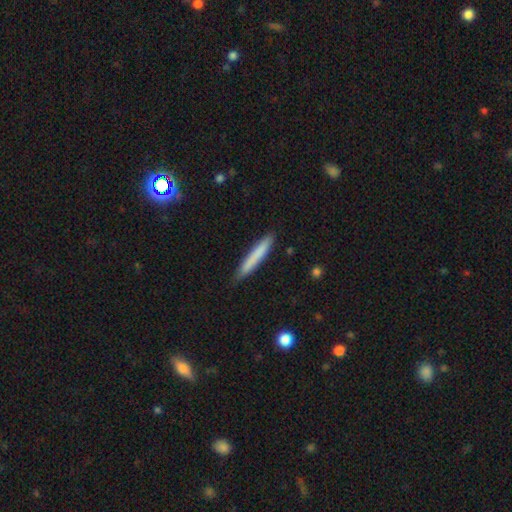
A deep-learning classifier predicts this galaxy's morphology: A smooth galaxy with no disk features (76%) that is cigar-shaped (95%). Merging: none (86%).